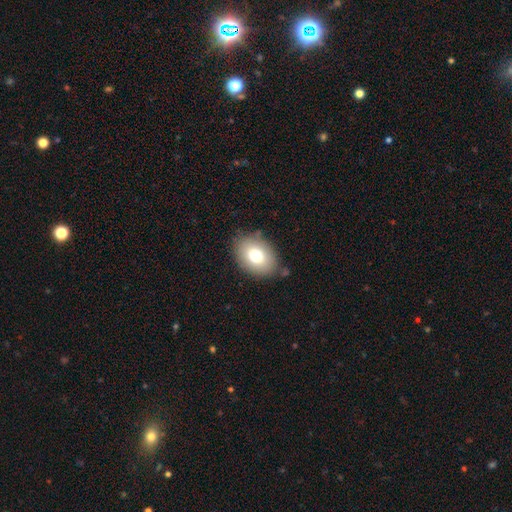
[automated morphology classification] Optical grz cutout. It shows a smooth galaxy with no disk features (76%) that is in between round and cigar-shaped (72%). Merging: none (80%).